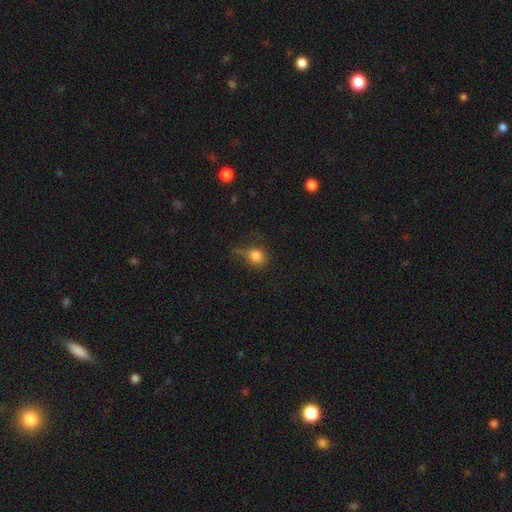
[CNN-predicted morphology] Q: Smooth or featured?
A: smooth (80%); runner-up: star or artifact (12%)
Q: How rounded?
A: round (74%); runner-up: in between (25%)
Q: Merging?
A: none (51%); runner-up: minor disturbance (30%)